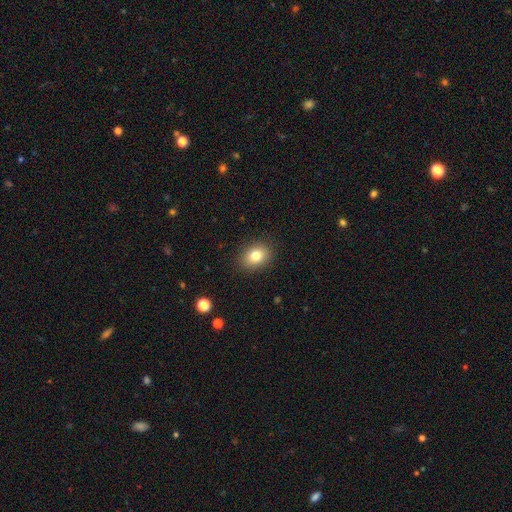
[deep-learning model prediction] This appears to be a smooth galaxy with no disk features (81%) that is in between round and cigar-shaped (62%). Merging: none (88%).